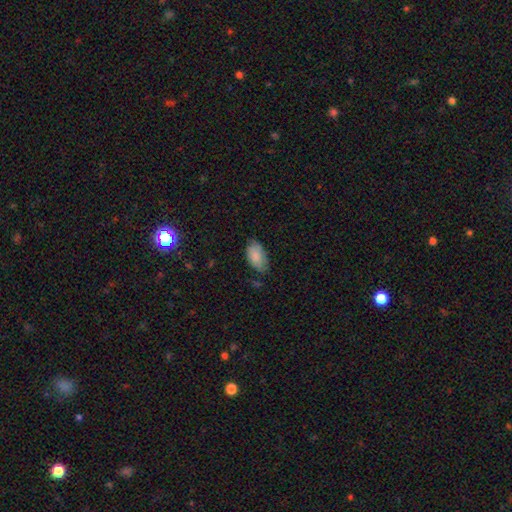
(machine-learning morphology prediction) This appears to be a smooth galaxy with no disk features (84%) that is in between round and cigar-shaped (95%). Merging: none (66%).